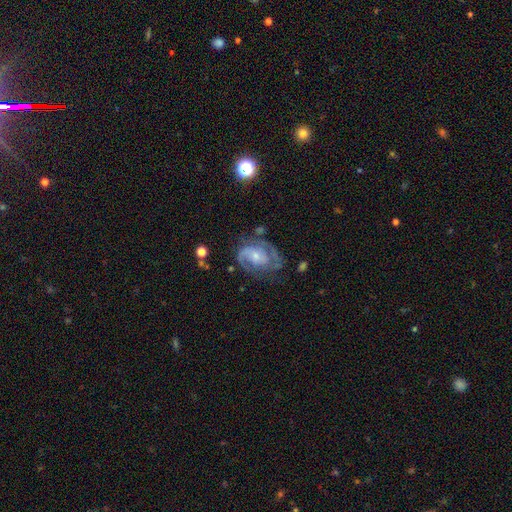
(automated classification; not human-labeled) featured or disk 81%, smooth 12%, star or artifact 7%. Down the decision tree: edge-on disk — no (97%); bar — no (60%); spiral arms — yes (91%); spiral arm count — 2 (58%); spiral winding — medium (47%); bulge size — small (56%); merging — none (55%).